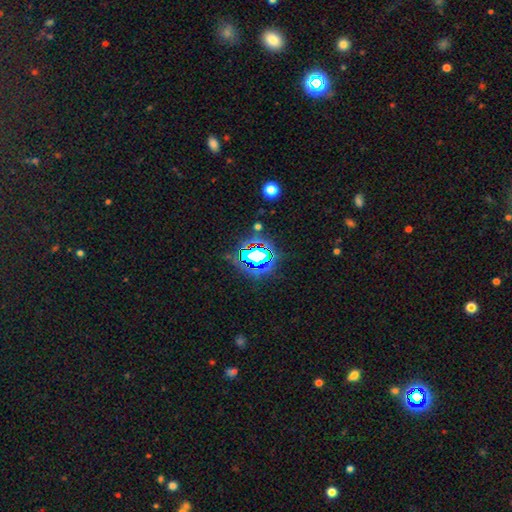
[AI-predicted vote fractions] This is likely a star or artifact rather than a galaxy (67%).